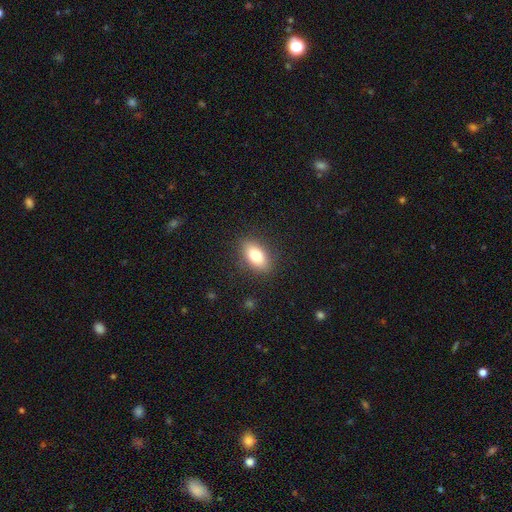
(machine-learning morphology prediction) Q: Smooth or featured?
A: smooth (79%); runner-up: featured or disk (13%)
Q: How rounded?
A: in between (87%); runner-up: round (7%)
Q: Merging?
A: none (87%); runner-up: minor disturbance (9%)